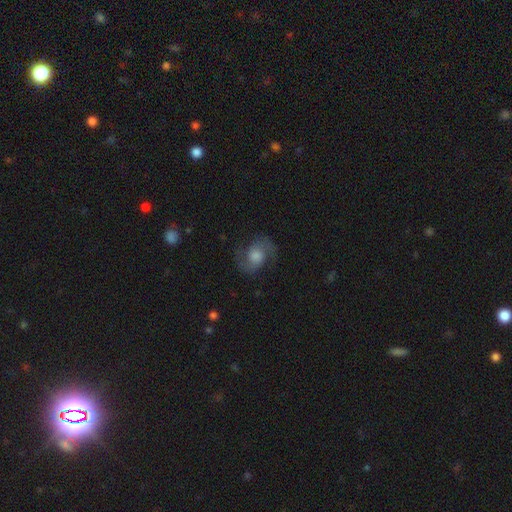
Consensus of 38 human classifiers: Smooth or featured? 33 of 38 (87%) said featured or disk. Edge-on disk? 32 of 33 (97%) said no. Bar? 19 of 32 (59%) said no. Spiral arms? 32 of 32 (100%) said yes. Spiral winding? 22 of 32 (69%) said medium. Spiral arm count? 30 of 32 (94%) said 2. Bulge size? 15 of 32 (47%) said moderate. Merging? 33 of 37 (89%) said none.